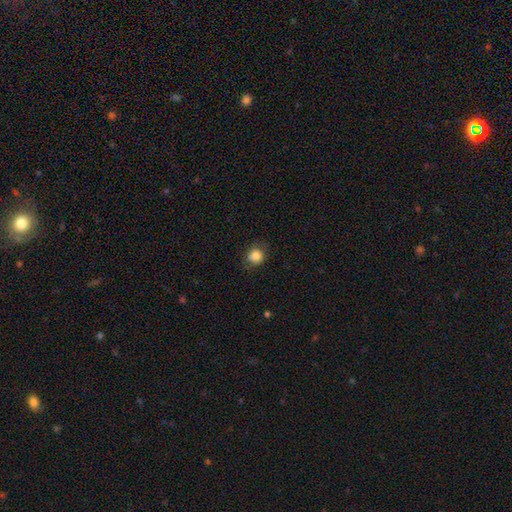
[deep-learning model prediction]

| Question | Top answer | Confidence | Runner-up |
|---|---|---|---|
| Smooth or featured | smooth | 82% | star or artifact (10%) |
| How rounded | round | 78% | in between (21%) |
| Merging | none | 73% | minor disturbance (20%) |